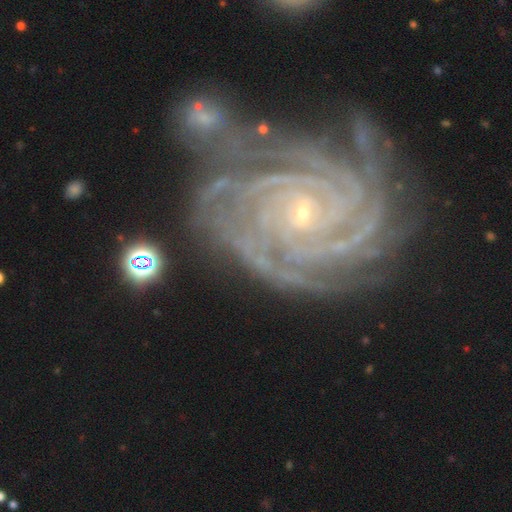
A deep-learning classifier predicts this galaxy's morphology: Smooth or featured? featured or disk (90%)
Edge-on disk? no (98%)
Bar? no (60%)
Spiral arms? yes (99%)
Spiral winding? tight (85%)
Spiral arm count? 4 (28%)
Bulge size? small (87%)
Merging? none (60%)